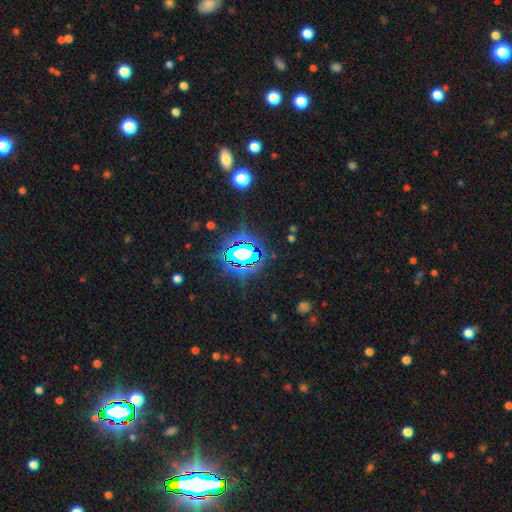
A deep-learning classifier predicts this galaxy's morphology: Q: Smooth or featured?
A: star or artifact (81%); runner-up: smooth (11%)